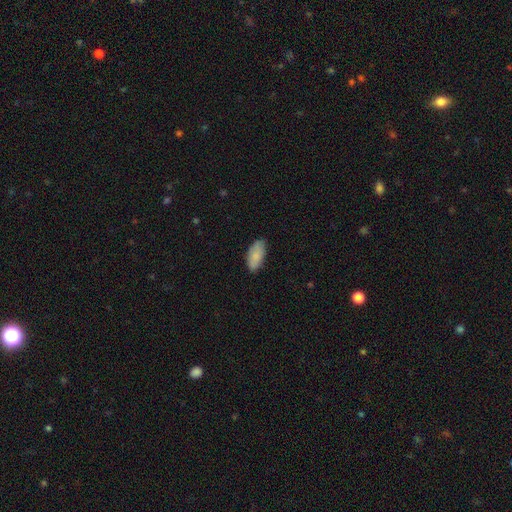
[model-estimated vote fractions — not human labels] Smooth or featured? smooth (84%)
How rounded? in between (90%)
Merging? none (81%)